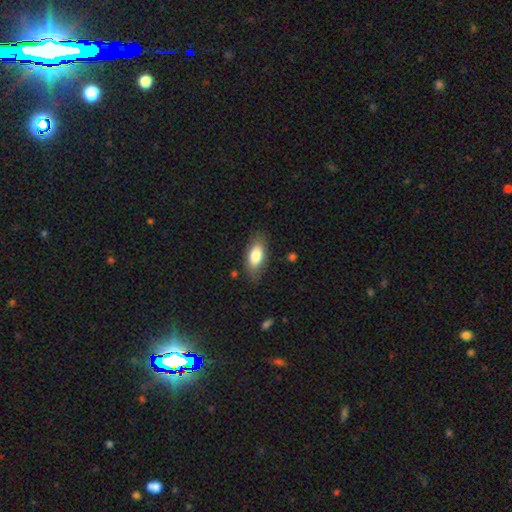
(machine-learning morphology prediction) smooth_or_featured: smooth (p=0.79) [alt: featured or disk p=0.15]
how_rounded: in between (p=0.85) [alt: cigar-shaped p=0.11]
merging: none (p=0.80) [alt: minor disturbance p=0.15]